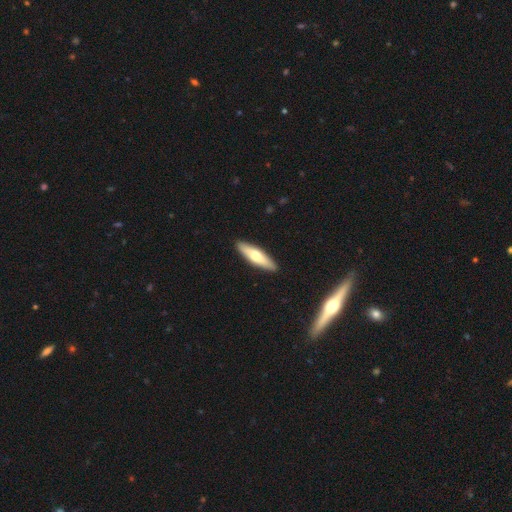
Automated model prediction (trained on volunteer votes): This appears to be a smooth galaxy with no disk features (58%) that is cigar-shaped (67%). Merging: none (91%).